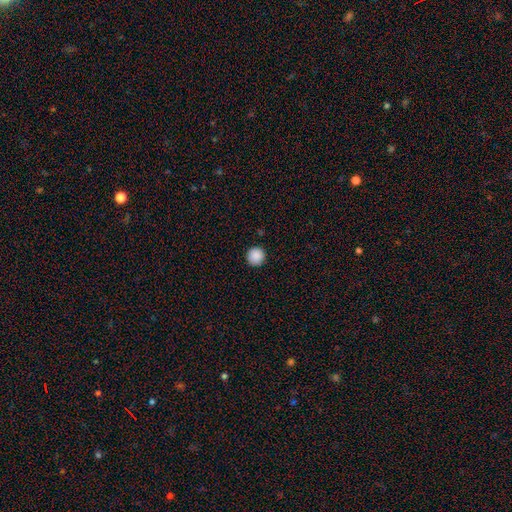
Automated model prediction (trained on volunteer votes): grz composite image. It shows a smooth galaxy with no disk features (89%) that is round (96%). Merging: none (92%).